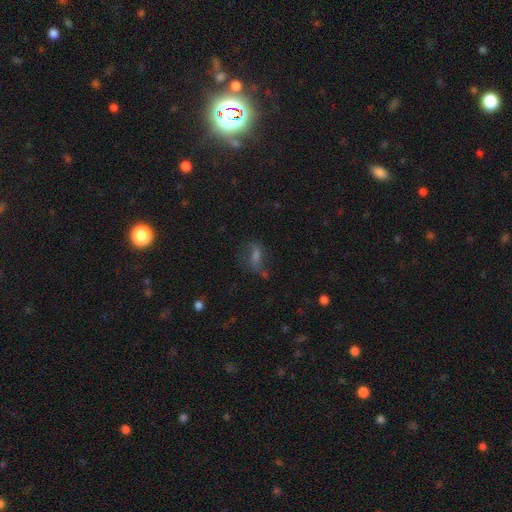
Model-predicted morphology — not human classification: type=smooth (38%); merging=none (54%).